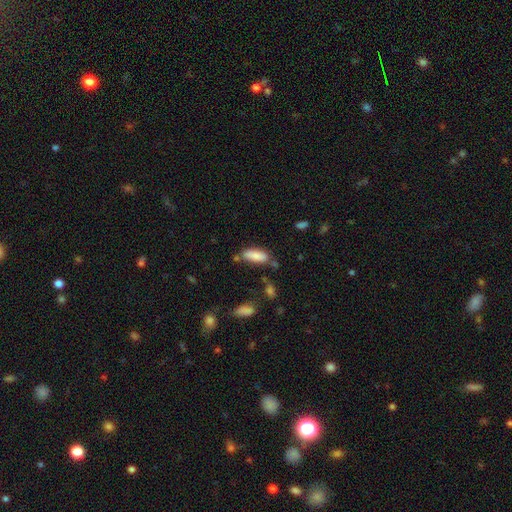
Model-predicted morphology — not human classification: Smooth or featured?
  - smooth: 85% *
  - featured or disk: 8%
  - star or artifact: 7%
How rounded?
  - in between: 71% *
  - cigar-shaped: 28%
  - round: 2%
Merging?
  - none: 68% *
  - minor disturbance: 19%
  - merger: 9%
  - major disturbance: 5%